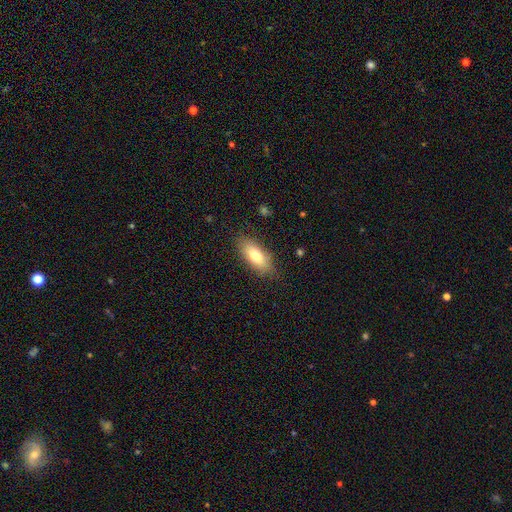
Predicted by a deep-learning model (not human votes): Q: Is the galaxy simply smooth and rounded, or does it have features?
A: smooth — 76%.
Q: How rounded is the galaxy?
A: in between — 78%.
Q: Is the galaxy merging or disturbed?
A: none — 83%.